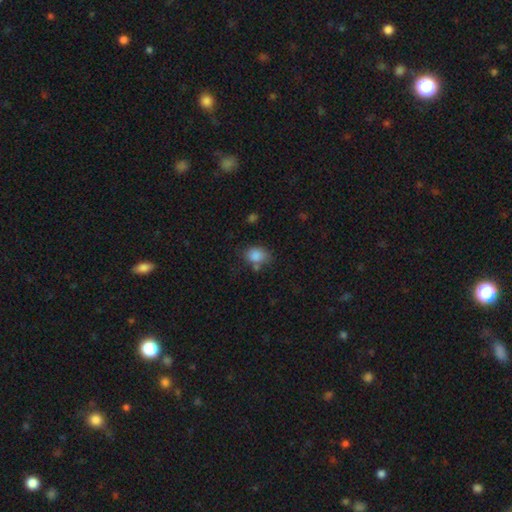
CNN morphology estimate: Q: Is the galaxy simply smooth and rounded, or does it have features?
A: smooth — 85%.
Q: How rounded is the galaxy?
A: in between — 64%.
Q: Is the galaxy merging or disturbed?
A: none — 62%.